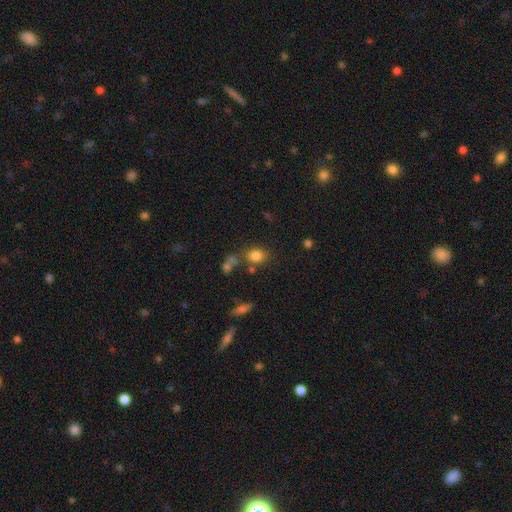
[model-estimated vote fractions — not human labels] This is clearly a smooth galaxy (81%). How rounded: likely in between (60%). Merging: likely none (68%).